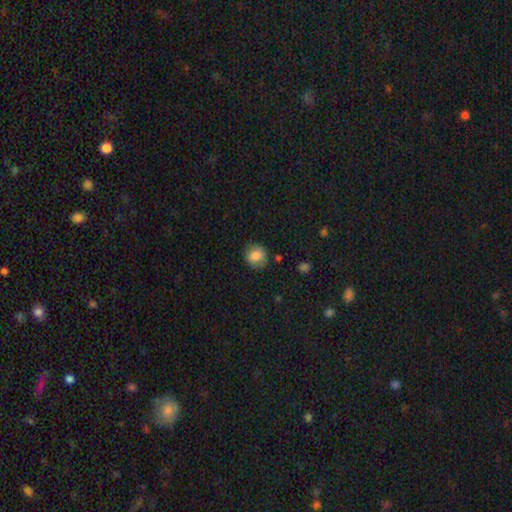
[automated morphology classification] smooth 81%, featured or disk 10%, star or artifact 9%. Down the decision tree: how rounded — round (74%); merging — none (79%).